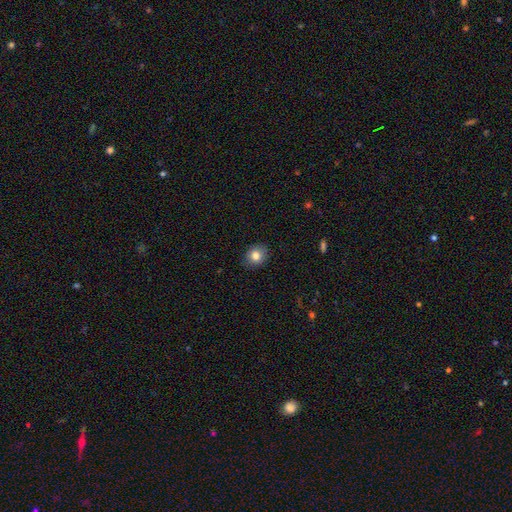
smooth_or_featured: smooth (p=0.75) [alt: featured or disk p=0.12]
how_rounded: round (p=0.73) [alt: in between p=0.27]
merging: none (p=0.80) [alt: minor disturbance p=0.14]